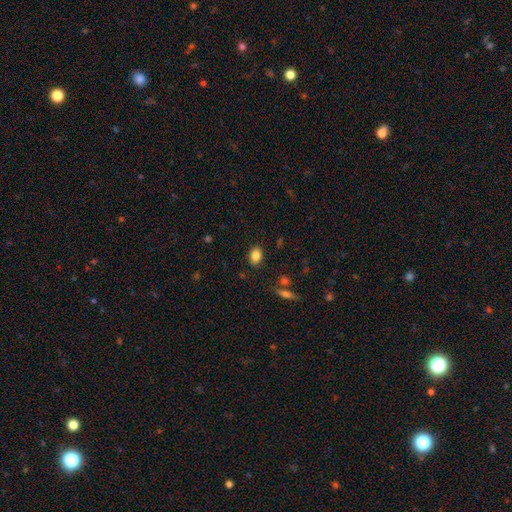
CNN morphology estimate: smooth-or-featured: smooth: 85% | star or artifact: 9% | featured or disk: 6%
  how-rounded: in between: 78% | round: 21% | cigar-shaped: 2%
  merging: none: 87% | minor disturbance: 9% | major disturbance: 2% | merger: 2%